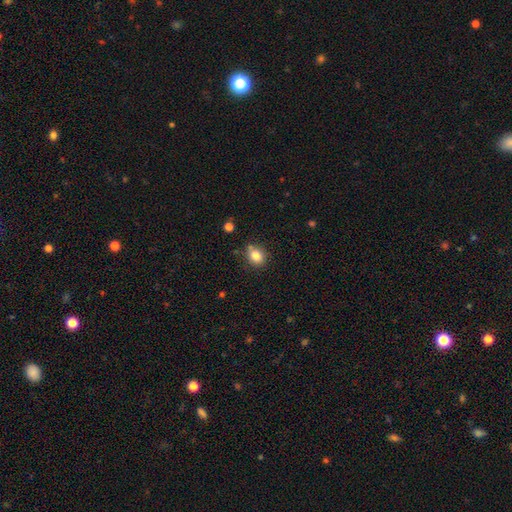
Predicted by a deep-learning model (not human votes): Smooth or featured? smooth (82%)
How rounded? round (54%)
Merging? none (75%)